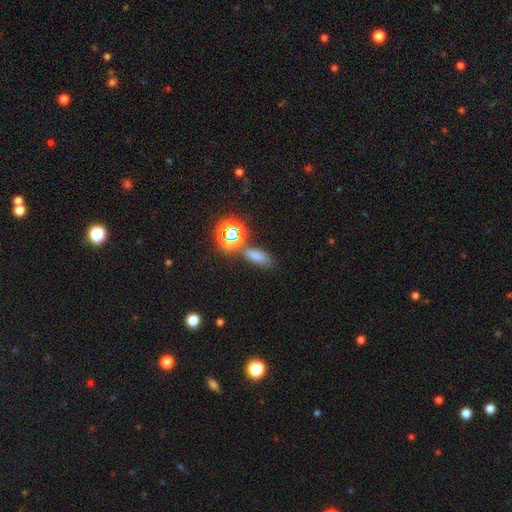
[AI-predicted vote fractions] smooth 67%, star or artifact 26%, featured or disk 8%. Down the decision tree: how rounded — in between (67%); merging — none (69%).